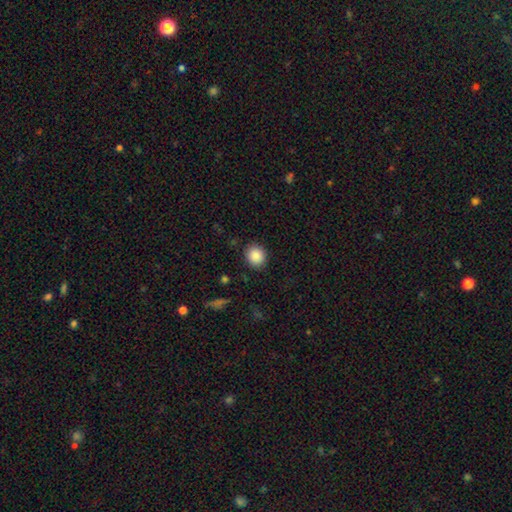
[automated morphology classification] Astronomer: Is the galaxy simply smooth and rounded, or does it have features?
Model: smooth — 88%.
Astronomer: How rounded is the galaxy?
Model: round — 83%.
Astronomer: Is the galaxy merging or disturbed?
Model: none — 90%.